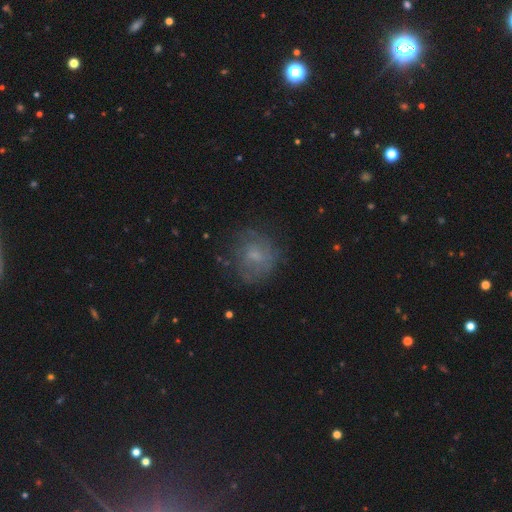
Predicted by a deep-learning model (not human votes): Smooth or featured: smooth — 50% (featured or disk — 36%)
Merging: none — 69% (minor disturbance — 18%)